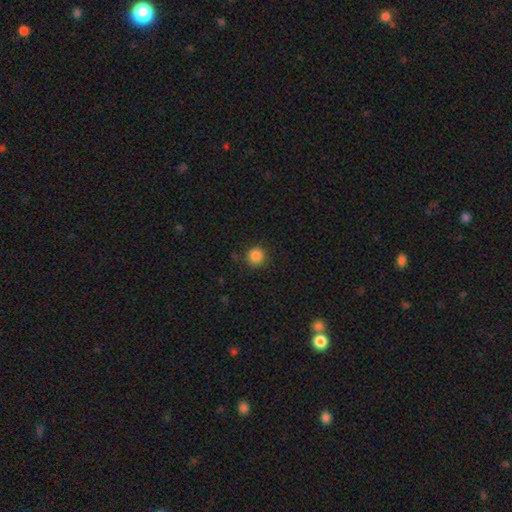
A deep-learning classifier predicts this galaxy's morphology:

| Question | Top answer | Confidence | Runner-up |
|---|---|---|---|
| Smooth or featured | smooth | 85% | star or artifact (11%) |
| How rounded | round | 94% | in between (6%) |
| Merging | none | 89% | minor disturbance (8%) |